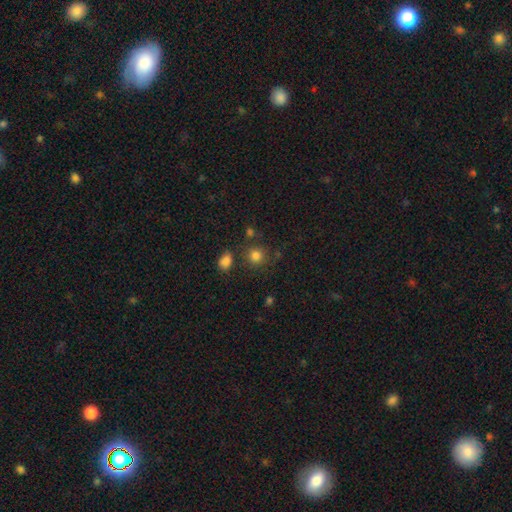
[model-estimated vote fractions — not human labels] The model was most divided on "merging": none: 78%, minor disturbance: 10%, merger: 7%, major disturbance: 4%. More confident: how rounded — round (89%); smooth or featured — smooth (81%).